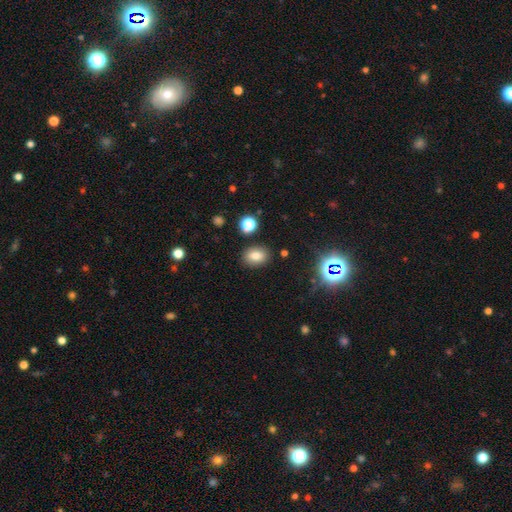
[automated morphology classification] This appears to be a smooth galaxy with no disk features (78%) that is in between round and cigar-shaped (73%). Merging: none (85%).